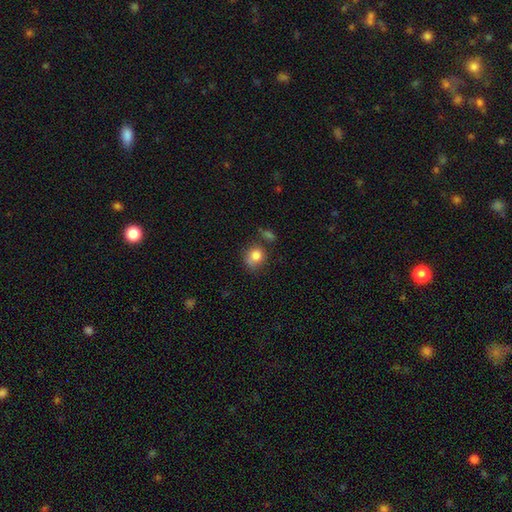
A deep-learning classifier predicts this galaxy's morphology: Smooth or featured: smooth — 83% (star or artifact — 10%)
How rounded: round — 74% (in between — 25%)
Merging: none — 58% (minor disturbance — 24%)